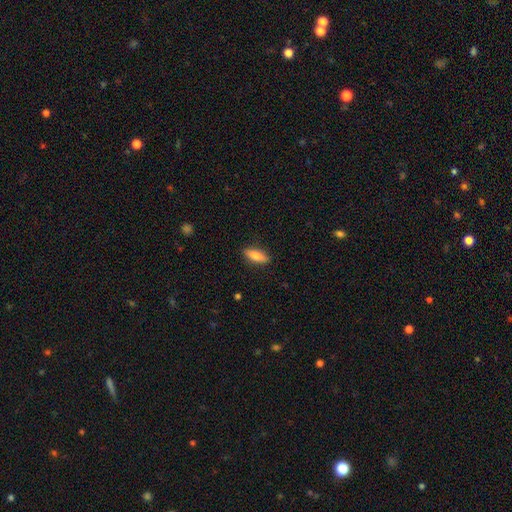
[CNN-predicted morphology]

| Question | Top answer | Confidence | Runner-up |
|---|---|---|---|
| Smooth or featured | smooth | 76% | featured or disk (17%) |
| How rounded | in between | 63% | cigar-shaped (34%) |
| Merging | none | 87% | minor disturbance (10%) |